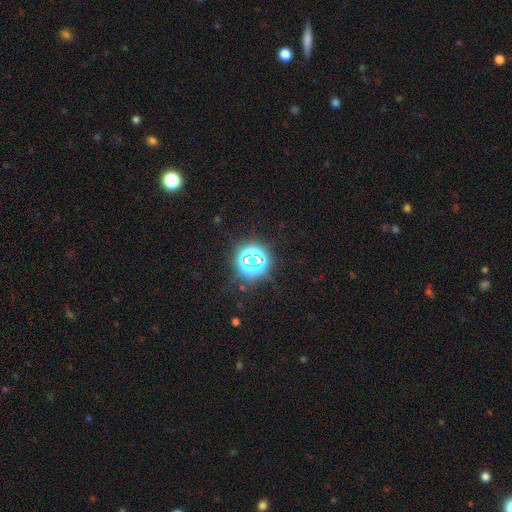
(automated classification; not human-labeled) Morphology: type=star or artifact (81%).